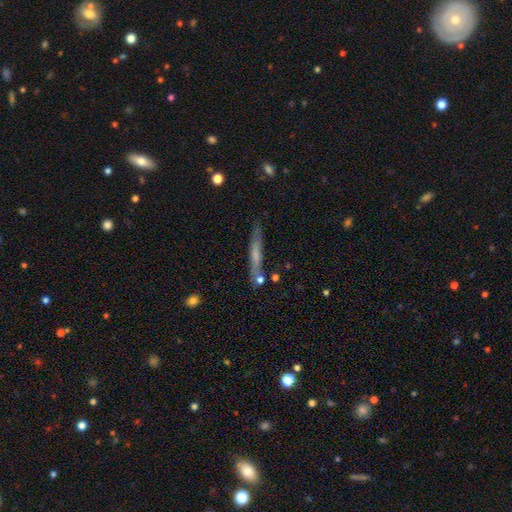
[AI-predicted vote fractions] Smooth or featured: smooth — 52% (featured or disk — 41%)
How rounded: cigar-shaped — 93% (in between — 5%)
Merging: none — 77% (minor disturbance — 14%)